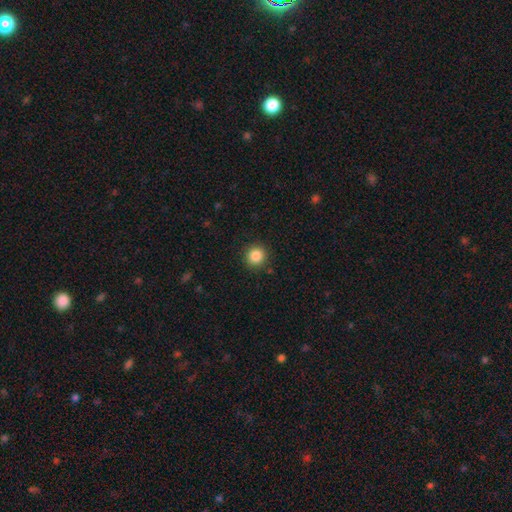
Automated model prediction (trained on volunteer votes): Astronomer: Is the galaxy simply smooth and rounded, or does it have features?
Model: smooth — 85%.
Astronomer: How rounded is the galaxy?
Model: round — 93%.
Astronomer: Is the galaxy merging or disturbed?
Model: none — 90%.